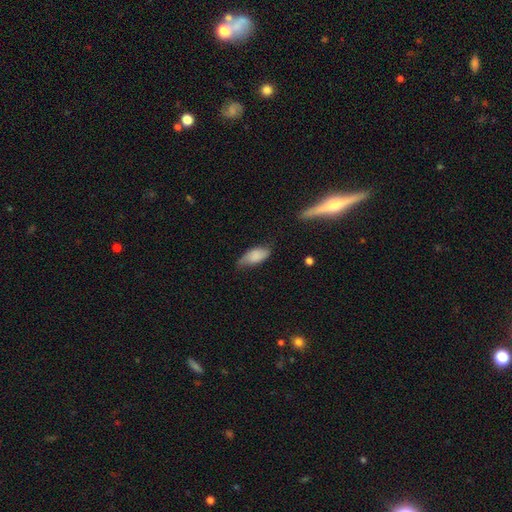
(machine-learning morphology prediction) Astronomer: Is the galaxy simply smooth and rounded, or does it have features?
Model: smooth — 77%.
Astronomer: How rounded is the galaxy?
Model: in between — 87%.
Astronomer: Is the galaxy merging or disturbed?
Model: none — 51% (runner-up: minor disturbance, 37%).